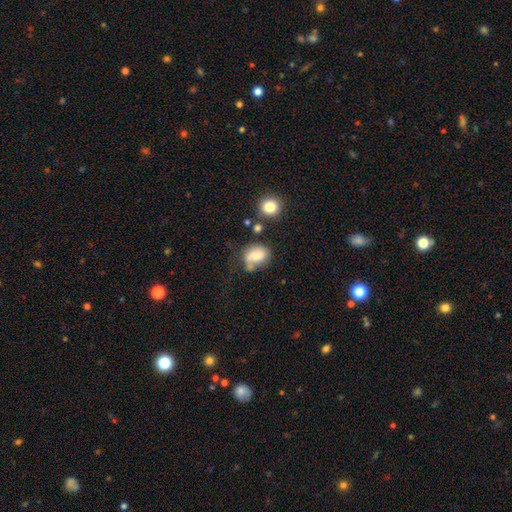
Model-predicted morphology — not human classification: A smooth galaxy with no disk features (66%) that is in between round and cigar-shaped (61%).

Vote fractions:
- Smooth or featured? smooth: 66% / featured or disk: 24% / star or artifact: 11%
- How rounded? in between: 61% / round: 37% / cigar-shaped: 1%
- Merging? none: 38% / minor disturbance: 27% / major disturbance: 18% / merger: 17%